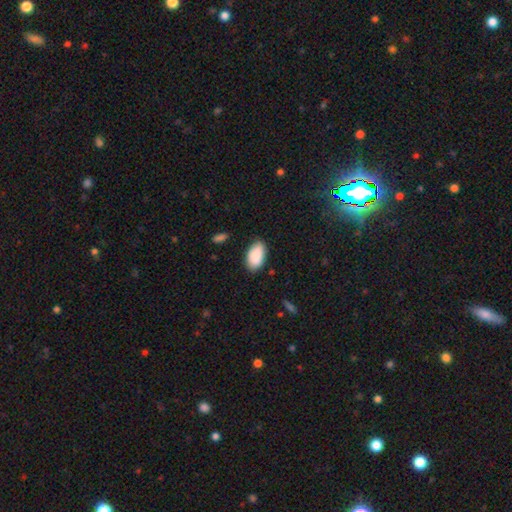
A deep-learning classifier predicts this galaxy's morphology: smooth_or_featured: smooth (p=0.89) [alt: star or artifact p=0.06]
how_rounded: in between (p=0.95) [alt: round p=0.04]
merging: none (p=0.81) [alt: minor disturbance p=0.15]